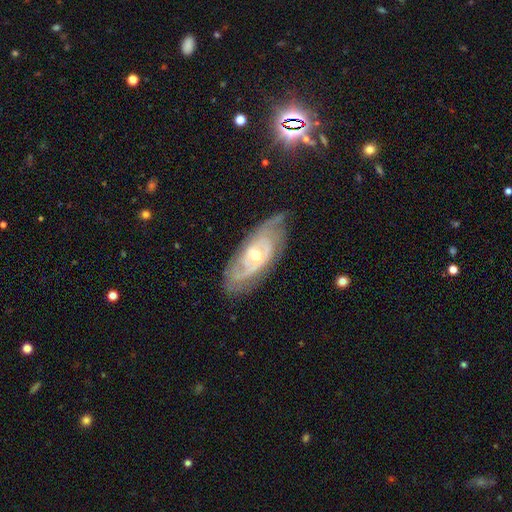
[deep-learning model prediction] A featured or disk galaxy (85%) with no bar (59%), 2 (39%) tight (62%) spiral arms (92%) and a moderate central bulge (60%).

Vote fractions:
- Smooth or featured? featured or disk: 85% / smooth: 10% / star or artifact: 5%
- Edge-on disk? no: 91% / yes: 9%
- Bar? no: 59% / weak: 32% / strong: 9%
- Spiral arms? yes: 92% / no: 8%
- Spiral winding? tight: 62% / medium: 29% / loose: 8%
- Spiral arm count? 2: 39% / can't tell: 34% / 3: 14% / 4: 5% / 1: 5% / more than 4: 4%
- Bulge size? moderate: 60% / small: 36% / large: 2% / none: 1% / dominant: 1%
- Merging? none: 69% / minor disturbance: 22% / major disturbance: 7% / merger: 2%